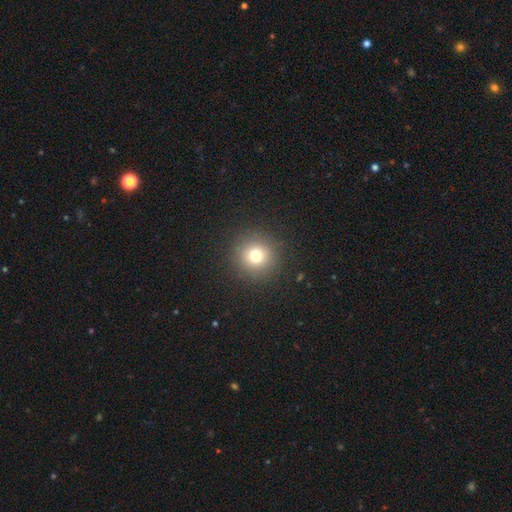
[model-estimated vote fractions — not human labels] Q: Smooth or featured?
A: smooth (75%); runner-up: star or artifact (16%)
Q: How rounded?
A: round (95%); runner-up: in between (4%)
Q: Merging?
A: none (91%); runner-up: minor disturbance (5%)